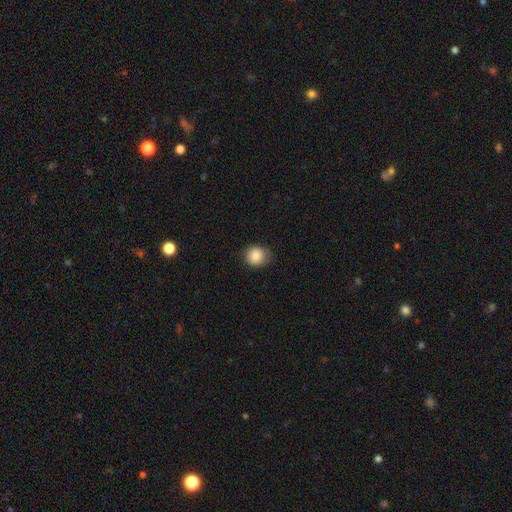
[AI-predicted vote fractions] Morphology: type=smooth (86%); roundness=round (78%); merging=none (81%).